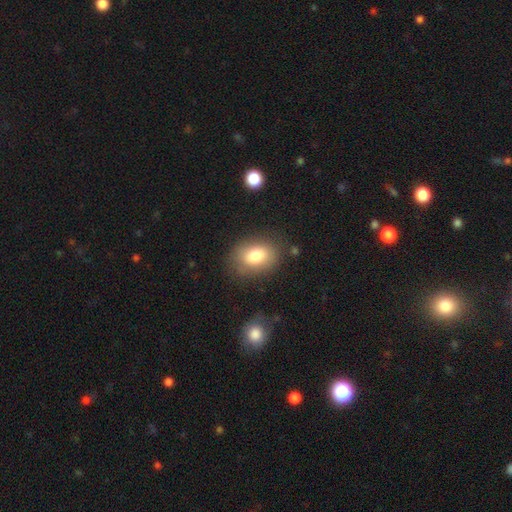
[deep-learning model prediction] smooth_or_featured: smooth (p=0.79) [alt: featured or disk p=0.12]
how_rounded: in between (p=0.73) [alt: round p=0.25]
merging: none (p=0.78) [alt: minor disturbance p=0.14]